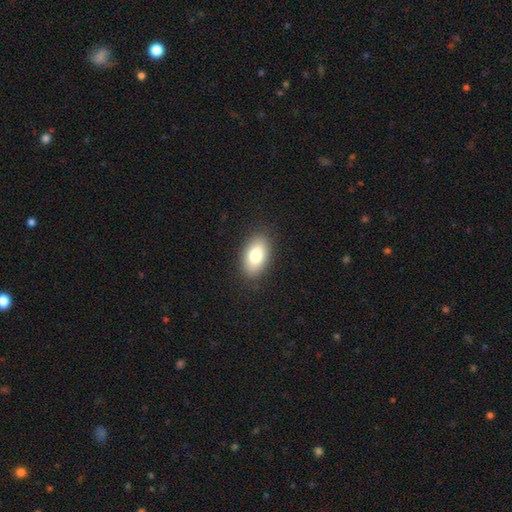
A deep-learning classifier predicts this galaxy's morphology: smooth_or_featured: smooth (p=0.80) [alt: featured or disk p=0.12]
how_rounded: in between (p=0.92) [alt: round p=0.06]
merging: none (p=0.87) [alt: minor disturbance p=0.09]